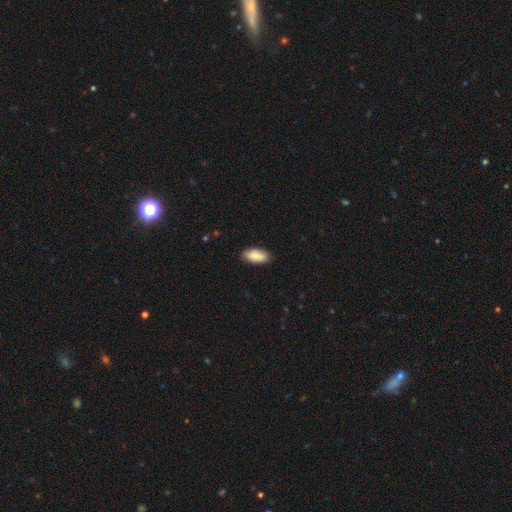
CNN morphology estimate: smooth_or_featured: smooth (p=0.87) [alt: featured or disk p=0.07]
how_rounded: in between (p=0.91) [alt: cigar-shaped p=0.06]
merging: none (p=0.83) [alt: minor disturbance p=0.14]